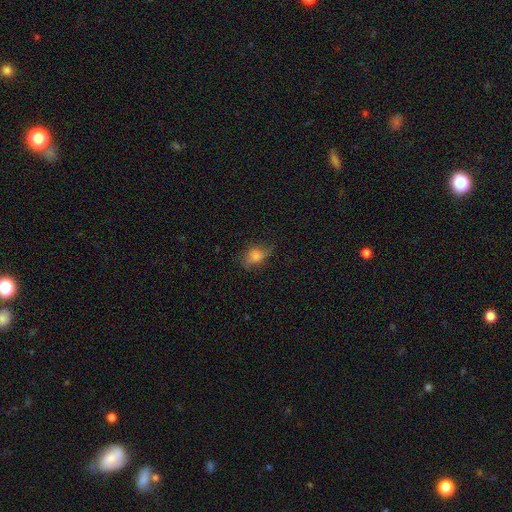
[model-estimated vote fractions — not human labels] smooth-or-featured: smooth: 73% | featured or disk: 15% | star or artifact: 12%
  how-rounded: in between: 70% | round: 26% | cigar-shaped: 3%
  merging: none: 59% | minor disturbance: 28% | major disturbance: 11% | merger: 1%